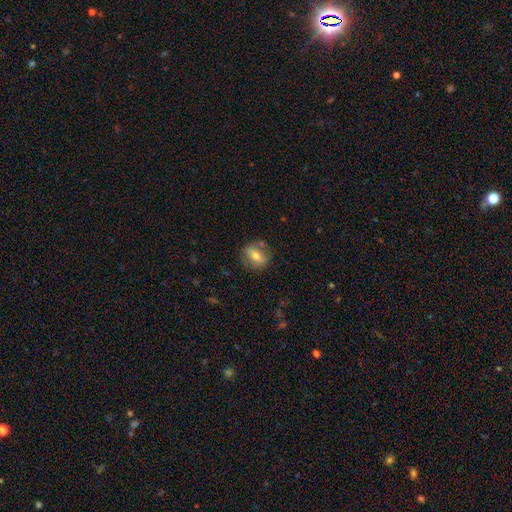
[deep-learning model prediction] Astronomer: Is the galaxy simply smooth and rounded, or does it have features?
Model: smooth — 58% (runner-up: featured or disk, 34%).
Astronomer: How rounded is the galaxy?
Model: round — 51% (runner-up: in between, 44%).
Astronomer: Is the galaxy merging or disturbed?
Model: none — 79%.